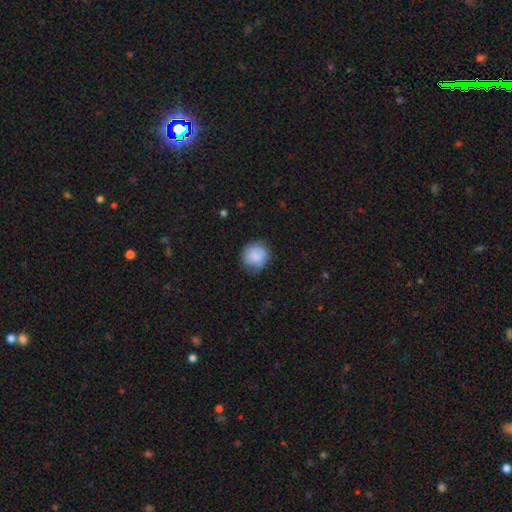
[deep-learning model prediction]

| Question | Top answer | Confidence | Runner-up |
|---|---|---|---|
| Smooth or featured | smooth | 82% | featured or disk (11%) |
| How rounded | round | 87% | in between (12%) |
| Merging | none | 74% | minor disturbance (19%) |